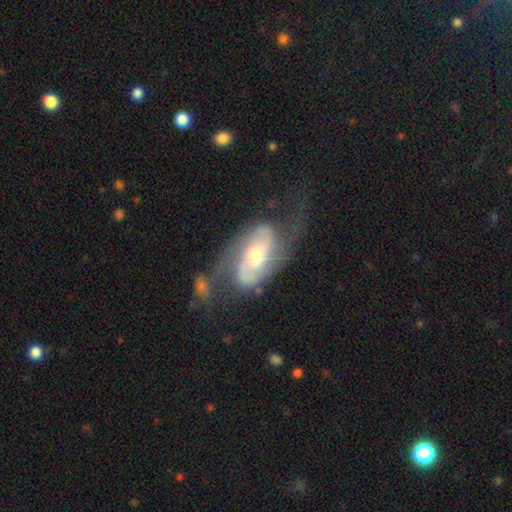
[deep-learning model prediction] Q: Smooth or featured?
A: featured or disk (79%); runner-up: smooth (16%)
Q: Edge-on disk?
A: no (95%); runner-up: yes (5%)
Q: Bar?
A: no (50%); runner-up: weak (34%)
Q: Spiral arms?
A: yes (91%); runner-up: no (9%)
Q: Spiral winding?
A: medium (43%); runner-up: loose (31%)
Q: Spiral arm count?
A: 2 (81%); runner-up: can't tell (10%)
Q: Bulge size?
A: moderate (56%); runner-up: small (35%)
Q: Merging?
A: none (45%); runner-up: major disturbance (26%)